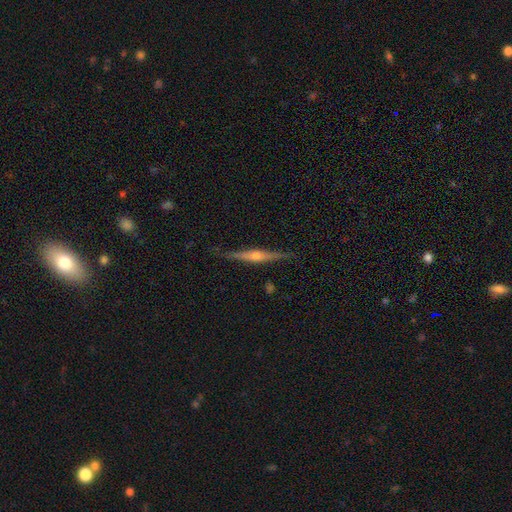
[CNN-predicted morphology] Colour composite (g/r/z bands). It shows a featured or disk galaxy (76%) viewed edge-on (98%) with a rounded central bulge (83%). Merging: none (86%).